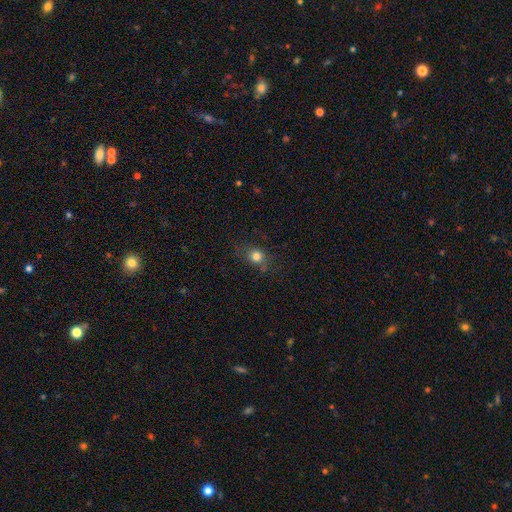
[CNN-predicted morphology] Smooth or featured?
  - smooth: 79% *
  - star or artifact: 13%
  - featured or disk: 8%
How rounded?
  - round: 68% *
  - in between: 30%
  - cigar-shaped: 2%
Merging?
  - none: 73% *
  - minor disturbance: 18%
  - major disturbance: 7%
  - merger: 2%